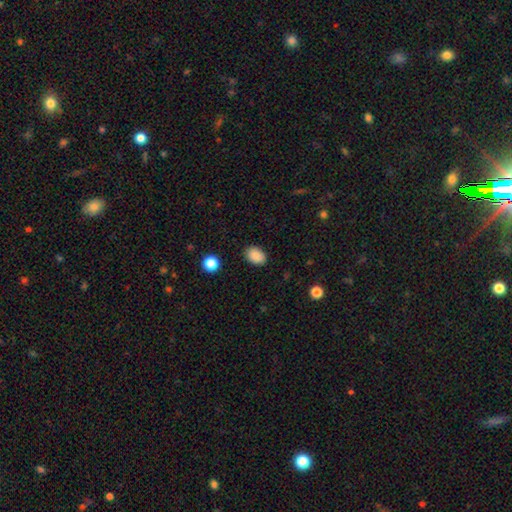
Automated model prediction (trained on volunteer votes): Morphology: type=smooth (88%); roundness=in between (74%); merging=none (87%).